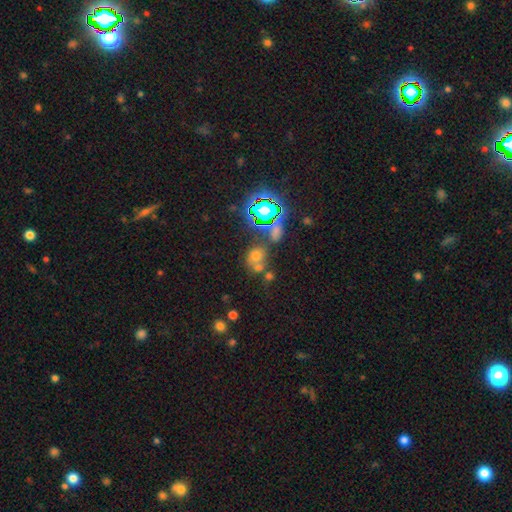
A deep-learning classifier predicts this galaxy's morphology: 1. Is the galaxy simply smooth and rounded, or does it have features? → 54% smooth, 31% star or artifact, 15% featured or disk.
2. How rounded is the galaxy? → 62% round, 36% in between, 2% cigar-shaped.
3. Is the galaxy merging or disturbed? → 44% none, 37% merger, 12% minor disturbance, 7% major disturbance.